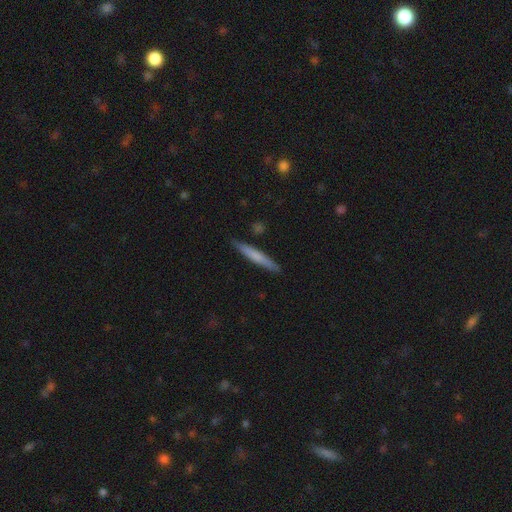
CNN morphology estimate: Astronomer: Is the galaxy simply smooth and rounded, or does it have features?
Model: smooth — 64%.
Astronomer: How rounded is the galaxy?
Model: cigar-shaped — 96%.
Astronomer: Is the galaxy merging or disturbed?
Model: none — 88%.